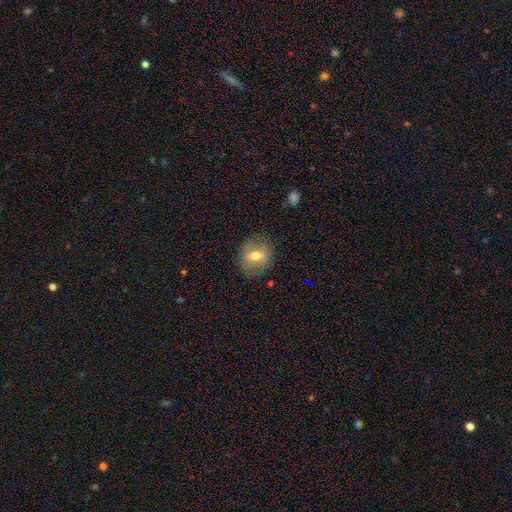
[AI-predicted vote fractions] smooth_or_featured: smooth (p=0.51) [alt: featured or disk p=0.39]
how_rounded: round (p=0.66) [alt: in between p=0.32]
merging: none (p=0.80) [alt: minor disturbance p=0.14]